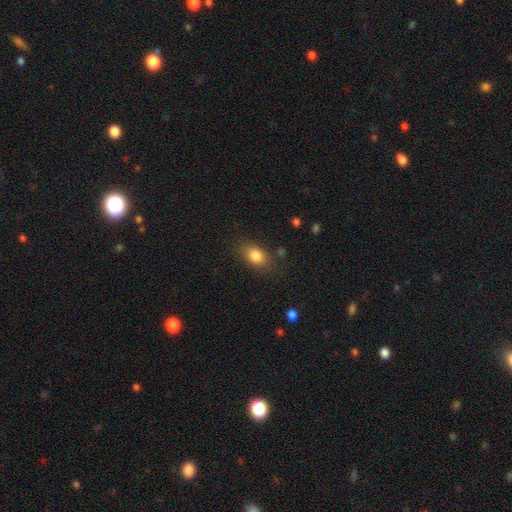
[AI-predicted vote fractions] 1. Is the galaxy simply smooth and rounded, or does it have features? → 83% smooth, 9% star or artifact, 8% featured or disk.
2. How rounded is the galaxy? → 79% in between, 18% round, 3% cigar-shaped.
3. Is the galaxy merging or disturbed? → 80% none, 14% minor disturbance, 4% major disturbance, 2% merger.